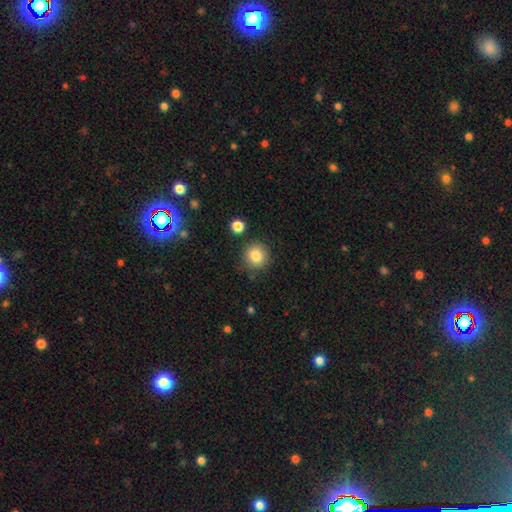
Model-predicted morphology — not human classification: Q: Smooth or featured?
A: smooth (84%); runner-up: star or artifact (10%)
Q: How rounded?
A: round (91%); runner-up: in between (8%)
Q: Merging?
A: none (84%); runner-up: minor disturbance (10%)